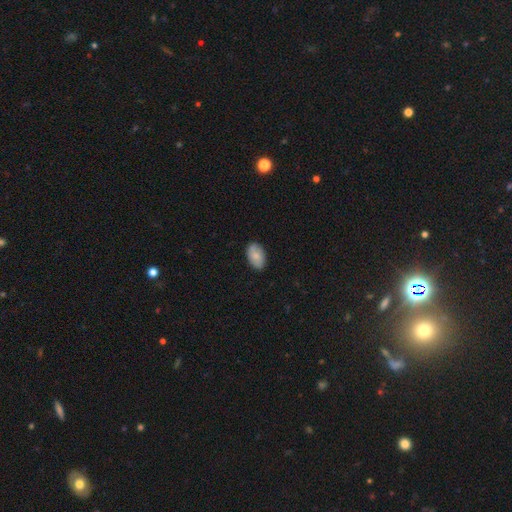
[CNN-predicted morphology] Smooth or featured: smooth — 80% (featured or disk — 14%)
How rounded: in between — 92% (round — 7%)
Merging: none — 86% (minor disturbance — 11%)